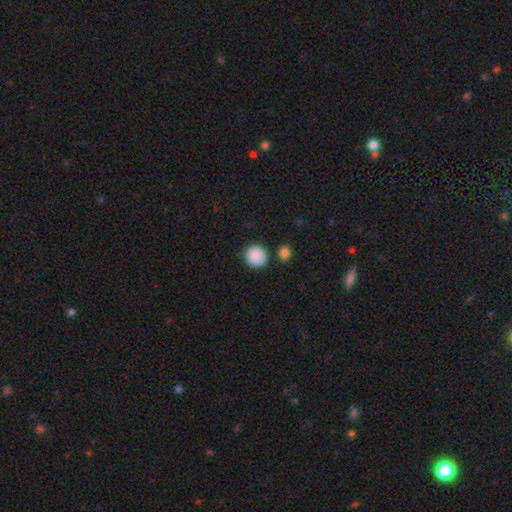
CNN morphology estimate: smooth-or-featured: smooth: 89% | star or artifact: 8% | featured or disk: 3%
  how-rounded: round: 90% | in between: 9% | cigar-shaped: 1%
  merging: none: 83% | minor disturbance: 9% | merger: 5% | major disturbance: 3%